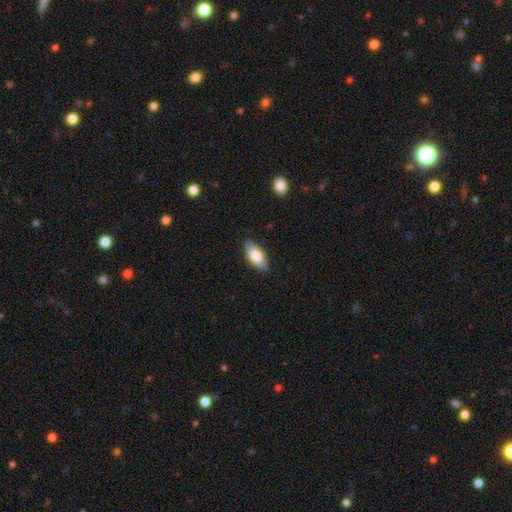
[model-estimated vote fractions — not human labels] smooth-or-featured: smooth: 81% | featured or disk: 13% | star or artifact: 6%
  how-rounded: in between: 88% | cigar-shaped: 10% | round: 2%
  merging: none: 86% | minor disturbance: 11% | major disturbance: 2% | merger: 1%